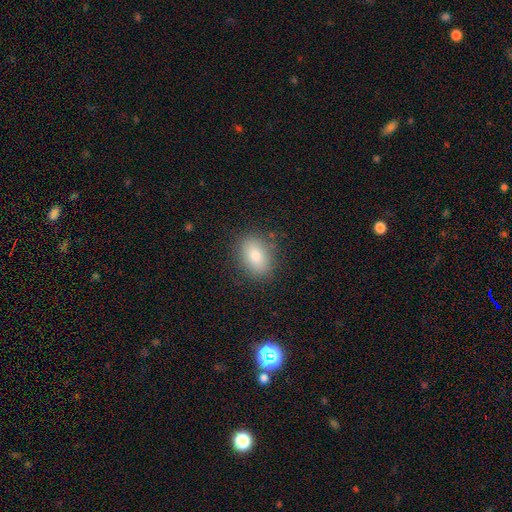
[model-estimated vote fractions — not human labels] Smooth or featured? smooth (79%)
How rounded? in between (73%)
Merging? none (84%)